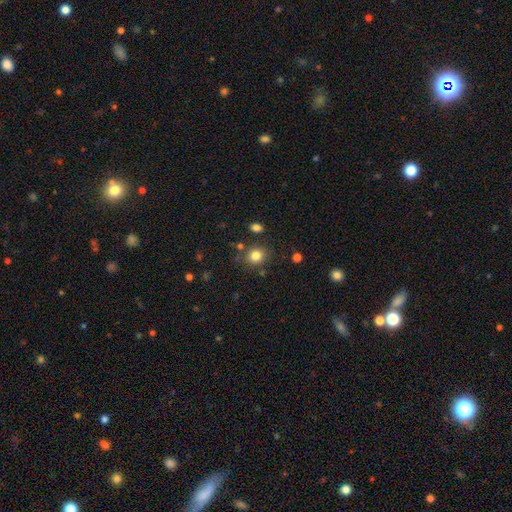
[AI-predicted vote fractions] A smooth galaxy with no disk features (81%) that is round (78%). Merging: none (79%).